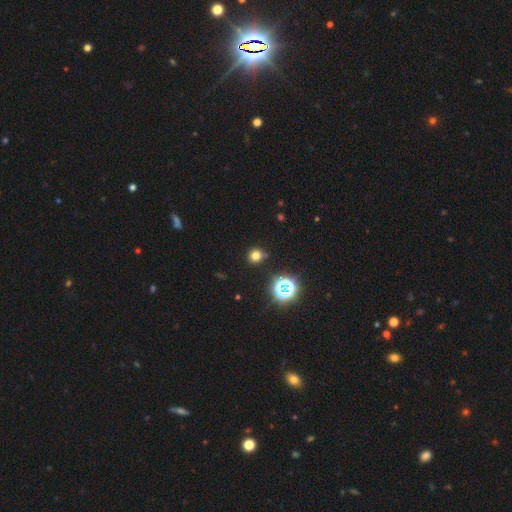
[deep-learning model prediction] Smooth or featured?
  - smooth: 71% *
  - star or artifact: 23%
  - featured or disk: 6%
How rounded?
  - round: 88% *
  - in between: 11%
  - cigar-shaped: 1%
Merging?
  - none: 83% *
  - minor disturbance: 10%
  - merger: 3%
  - major disturbance: 3%